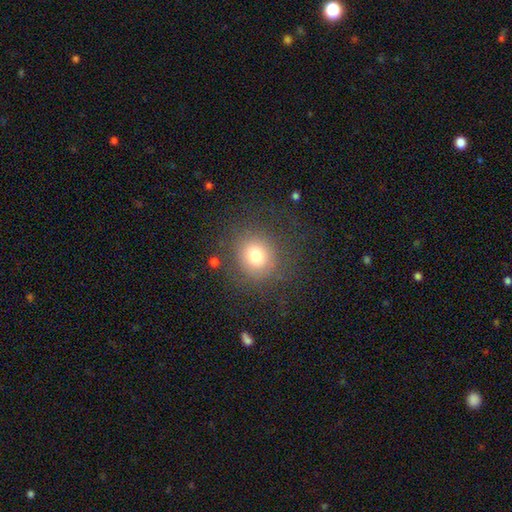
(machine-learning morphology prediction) Smooth or featured? smooth (75%)
How rounded? round (83%)
Merging? none (78%)